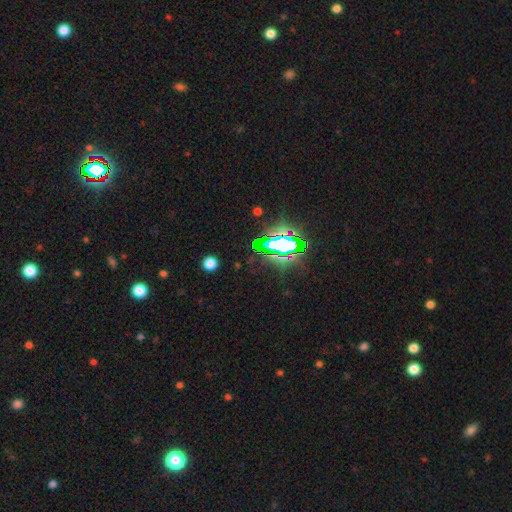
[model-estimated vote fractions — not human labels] smooth_or_featured: star or artifact (p=0.79) [alt: smooth p=0.11]